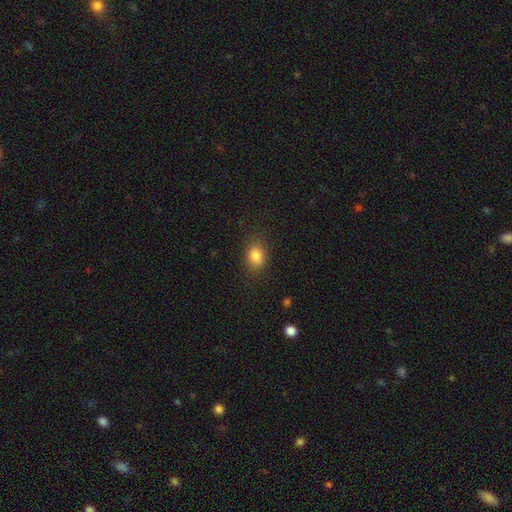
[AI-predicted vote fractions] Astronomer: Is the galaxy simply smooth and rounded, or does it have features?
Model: smooth — 83%.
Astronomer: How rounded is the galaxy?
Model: in between — 66%.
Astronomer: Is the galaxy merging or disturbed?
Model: none — 81%.